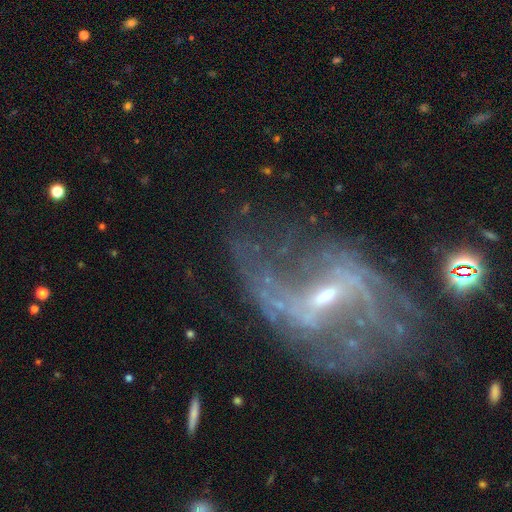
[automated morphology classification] Smooth or featured: featured or disk — 82% (star or artifact — 11%)
Edge-on disk: no — 96% (yes — 4%)
Bar: weak — 45% (strong — 33%)
Spiral arms: yes — 82% (no — 18%)
Spiral winding: loose — 62% (medium — 27%)
Spiral arm count: 2 — 63% (can't tell — 20%)
Bulge size: small — 68% (moderate — 26%)
Merging: none — 46% (major disturbance — 28%)